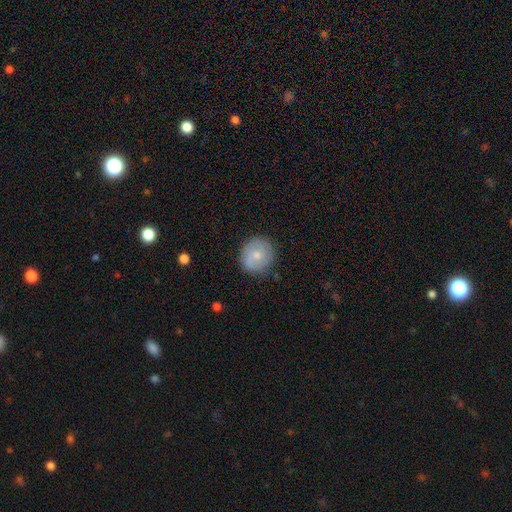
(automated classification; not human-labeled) This is possibly a smooth galaxy (56%). How rounded: clearly round (87%). Merging: clearly none (82%).